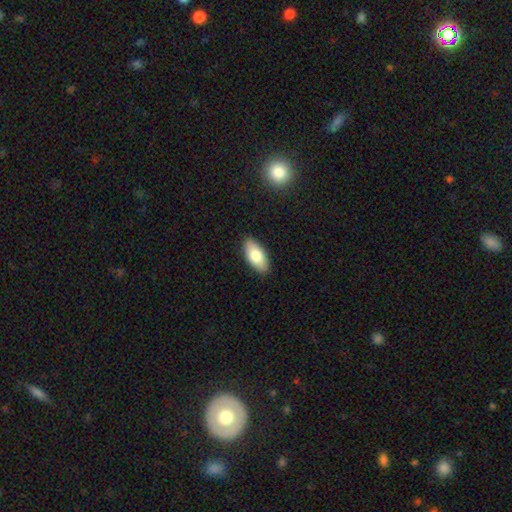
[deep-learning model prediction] The model was most divided on "smooth or featured": smooth: 78%, featured or disk: 16%, star or artifact: 6%. More confident: how rounded — in between (90%); merging — none (89%).